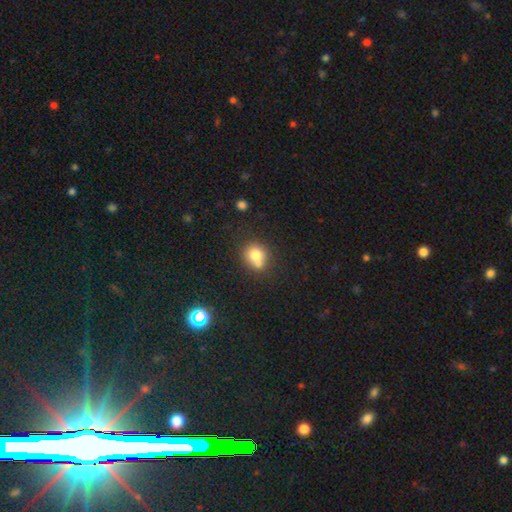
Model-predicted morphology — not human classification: This appears to be a smooth galaxy with no disk features (74%) that is round (78%). Merging: none (50%).